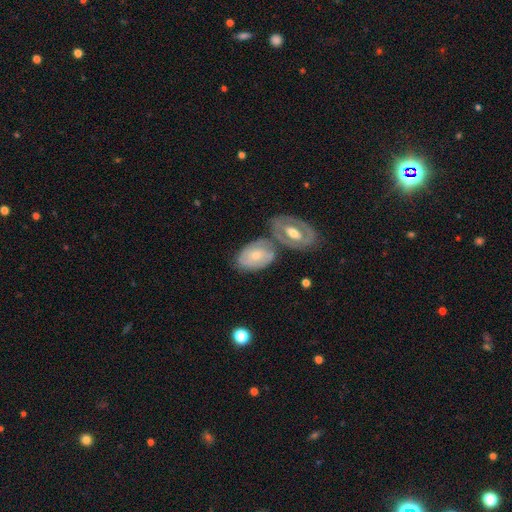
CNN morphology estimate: Smooth or featured: featured or disk — 52% (smooth — 42%)
Edge-on disk: no — 91% (yes — 9%)
Merging: none — 45% (merger — 31%)